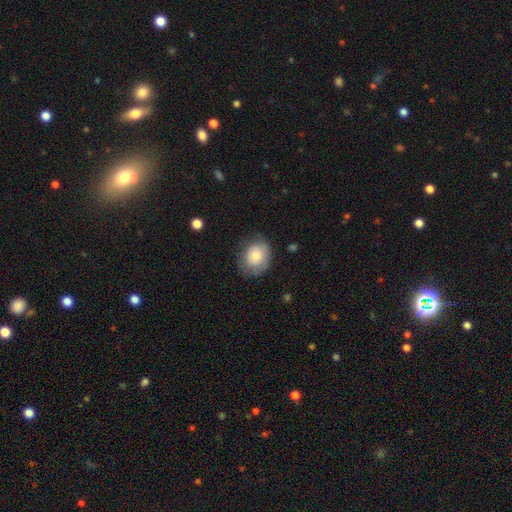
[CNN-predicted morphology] This appears to be a smooth galaxy with no disk features (76%) that is round (57%). Merging: none (68%).